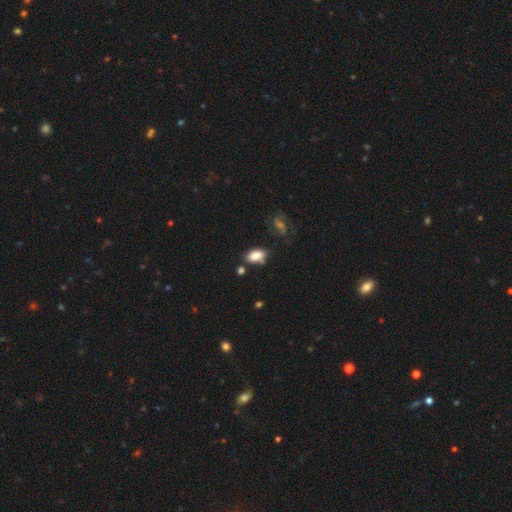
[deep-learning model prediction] Smooth or featured: smooth — 83% (featured or disk — 9%)
How rounded: in between — 90% (round — 7%)
Merging: none — 61% (minor disturbance — 24%)